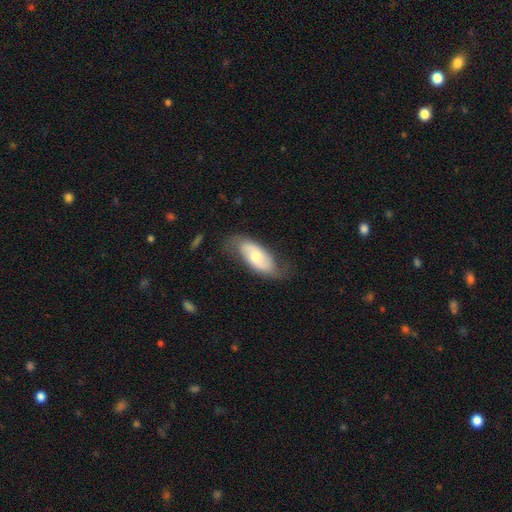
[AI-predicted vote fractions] The model was most divided on "smooth or featured": featured or disk: 59%, smooth: 34%, star or artifact: 7%. More confident: edge-on disk — no (87%); spiral arms — yes (73%); merging — none (71%); bar — no (66%); bulge size — moderate (61%).